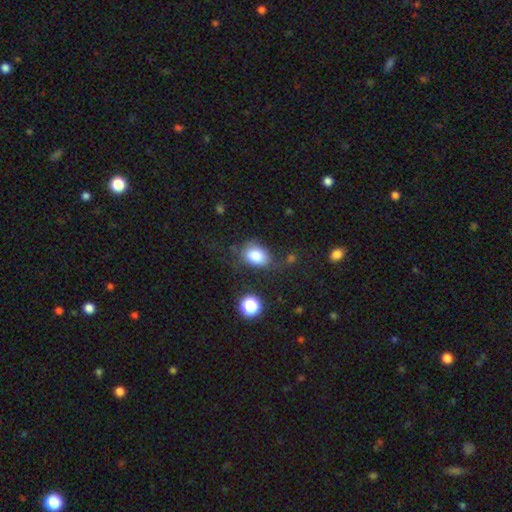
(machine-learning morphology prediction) A smooth galaxy with no disk features (81%) that is in between round and cigar-shaped (68%).

Vote fractions:
- Smooth or featured? smooth: 81% / star or artifact: 10% / featured or disk: 9%
- How rounded? in between: 68% / round: 31% / cigar-shaped: 1%
- Merging? none: 65% / minor disturbance: 21% / major disturbance: 9% / merger: 4%